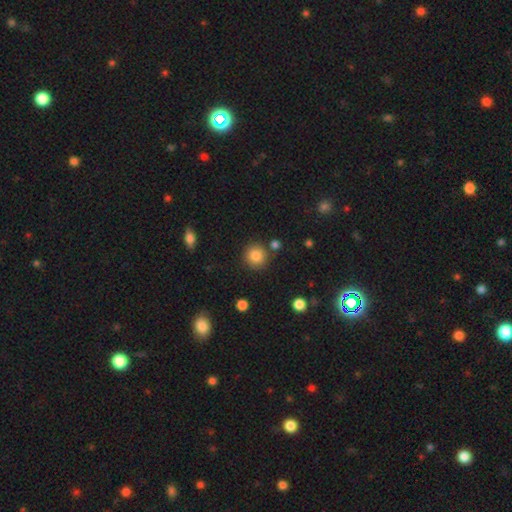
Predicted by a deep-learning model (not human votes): This is clearly a smooth galaxy (86%). How rounded: clearly round (91%). Merging: clearly none (83%).